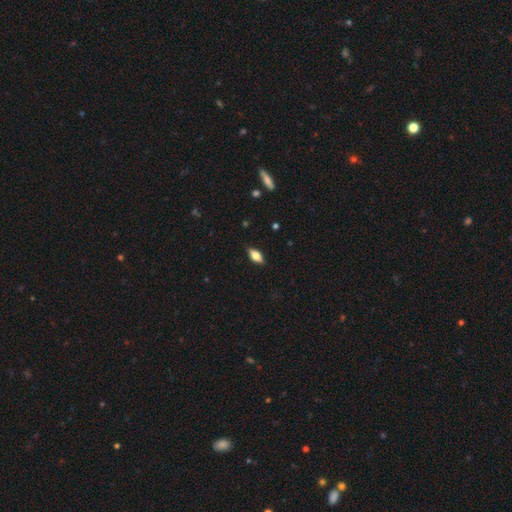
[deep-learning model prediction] smooth_or_featured: smooth (p=0.59) [alt: featured or disk p=0.33]
how_rounded: in between (p=0.79) [alt: cigar-shaped p=0.17]
merging: none (p=0.86) [alt: minor disturbance p=0.11]